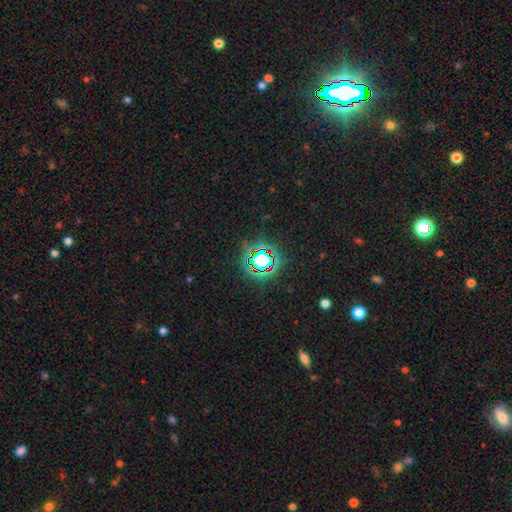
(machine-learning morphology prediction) smooth-or-featured: star or artifact: 74% | smooth: 16% | featured or disk: 9%